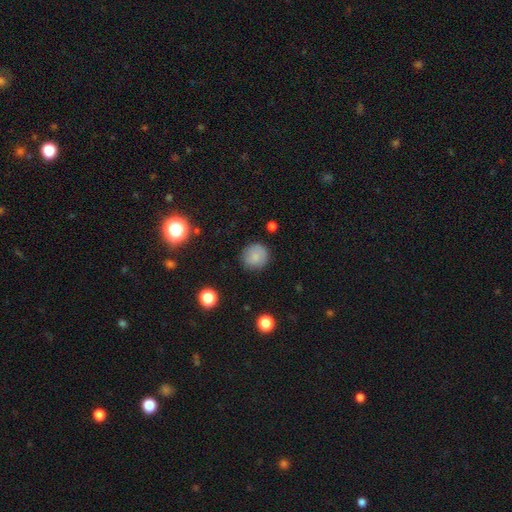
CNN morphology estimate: smooth 82%, star or artifact 10%, featured or disk 8%. Down the decision tree: how rounded — round (91%); merging — none (85%).